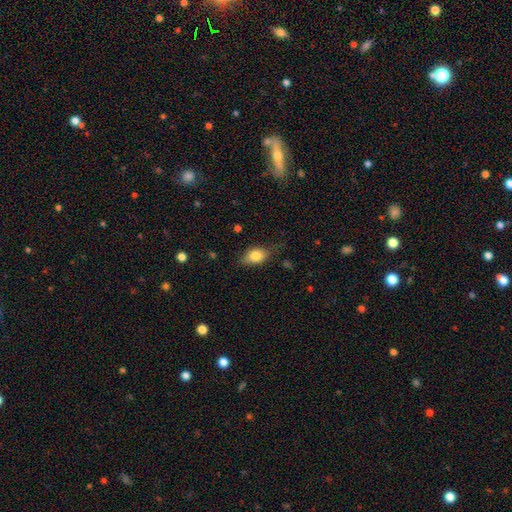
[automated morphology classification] Q: Smooth or featured?
A: smooth (78%); runner-up: featured or disk (14%)
Q: How rounded?
A: in between (82%); runner-up: round (14%)
Q: Merging?
A: none (64%); runner-up: minor disturbance (27%)